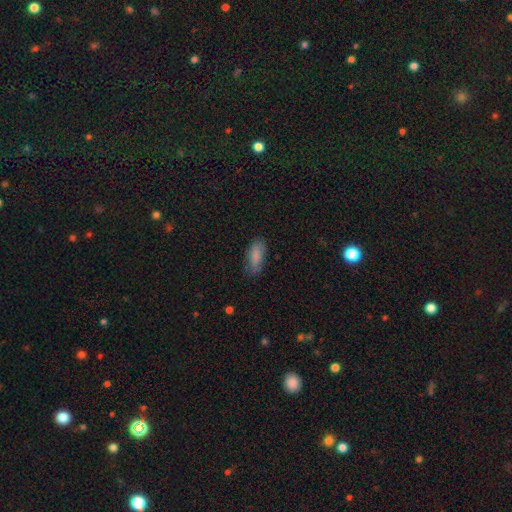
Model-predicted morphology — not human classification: A smooth galaxy with no disk features (83%) that is in between round and cigar-shaped (75%).

Vote fractions:
- Smooth or featured? smooth: 83% / featured or disk: 10% / star or artifact: 7%
- How rounded? in between: 75% / cigar-shaped: 23% / round: 2%
- Merging? none: 73% / minor disturbance: 20% / major disturbance: 5% / merger: 1%